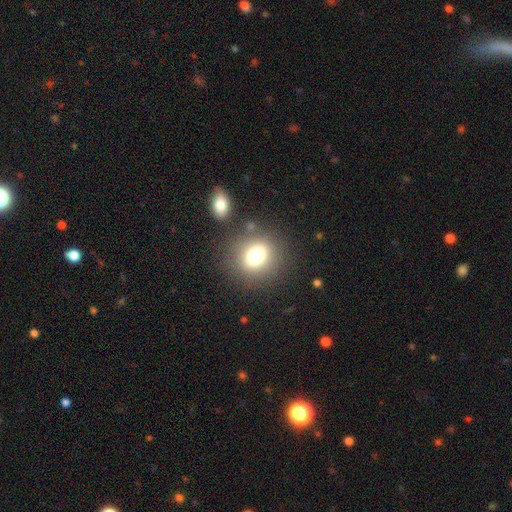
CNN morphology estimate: A smooth galaxy with no disk features (76%) that is round (68%). Merging: none (78%).